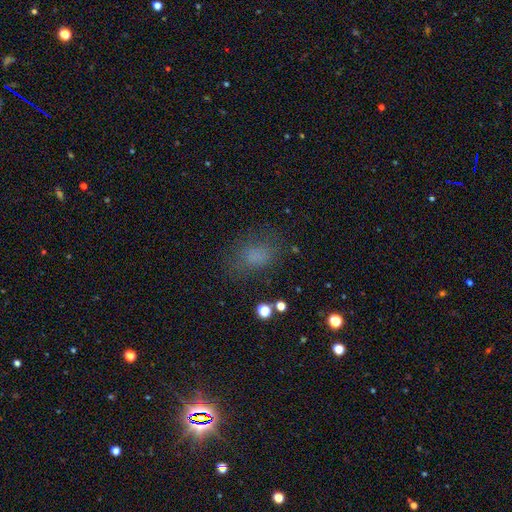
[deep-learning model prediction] A smooth galaxy with no disk features (72%) that is in between round and cigar-shaped (70%).

Vote fractions:
- Smooth or featured? smooth: 72% / star or artifact: 18% / featured or disk: 10%
- How rounded? in between: 70% / round: 28% / cigar-shaped: 2%
- Merging? none: 71% / minor disturbance: 17% / major disturbance: 10% / merger: 2%